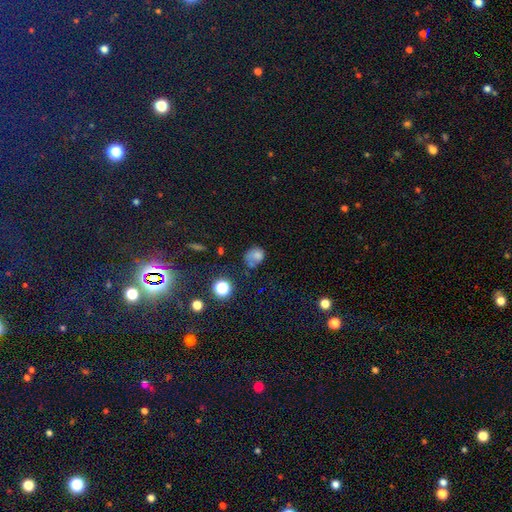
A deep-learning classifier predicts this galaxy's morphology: Smooth or featured?
  - smooth: 65% *
  - featured or disk: 19%
  - star or artifact: 16%
How rounded?
  - round: 55% *
  - in between: 44%
  - cigar-shaped: 1%
Merging?
  - none: 36% *
  - minor disturbance: 26%
  - major disturbance: 24%
  - merger: 13%